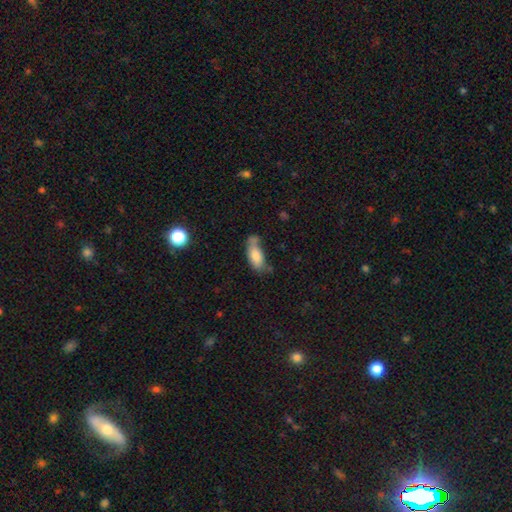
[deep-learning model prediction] smooth 78%, featured or disk 14%, star or artifact 9%. Down the decision tree: how rounded — in between (83%); merging — none (46%).